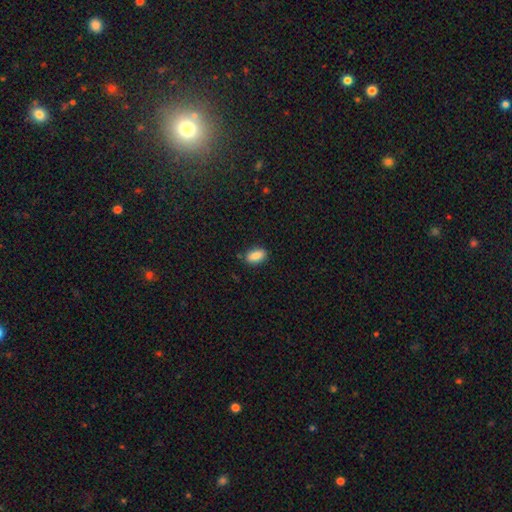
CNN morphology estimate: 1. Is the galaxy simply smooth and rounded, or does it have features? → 87% smooth, 8% star or artifact, 5% featured or disk.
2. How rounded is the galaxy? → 91% in between, 5% round, 4% cigar-shaped.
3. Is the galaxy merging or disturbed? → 85% none, 11% minor disturbance, 2% major disturbance, 2% merger.